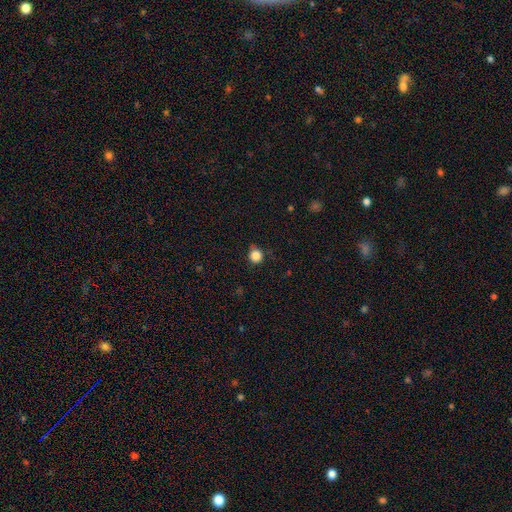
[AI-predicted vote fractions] Smooth or featured? Predicted: smooth (p=0.85). How rounded? Predicted: round (p=0.87). Merging? Predicted: none (p=0.81).